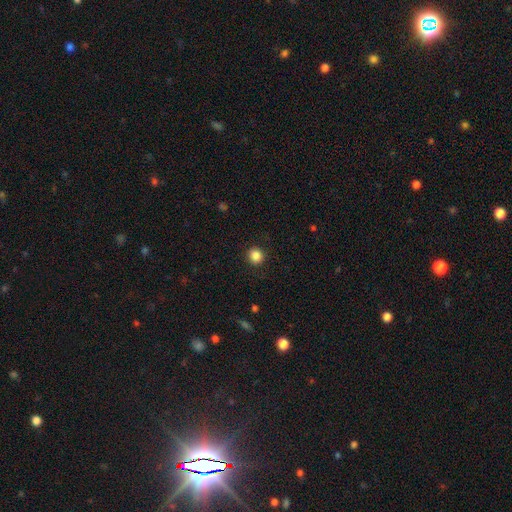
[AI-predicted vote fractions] The model was most divided on "smooth or featured": smooth: 86%, star or artifact: 11%, featured or disk: 4%. More confident: how rounded — round (91%); merging — none (91%).